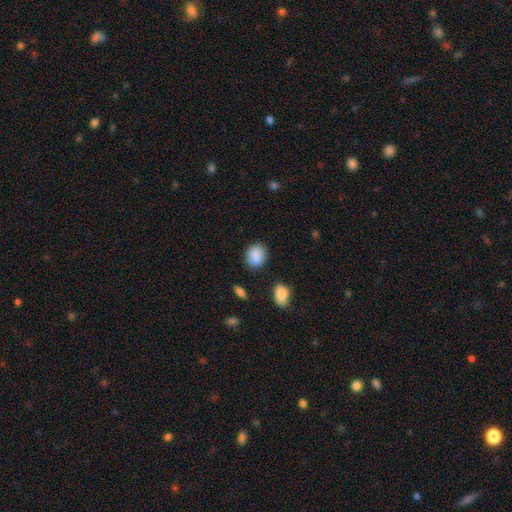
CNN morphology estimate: Overall: smooth (87%). How rounded: in between (57%; round 41%). Merging: none (81%).